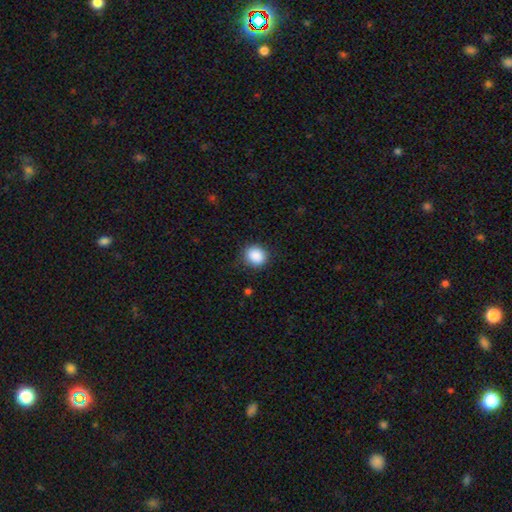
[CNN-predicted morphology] Smooth or featured? Predicted: smooth (p=0.89). How rounded? Predicted: round (p=0.81). Merging? Predicted: none (p=0.87).